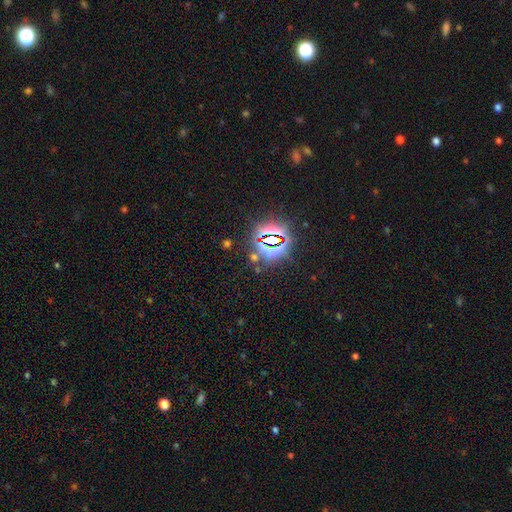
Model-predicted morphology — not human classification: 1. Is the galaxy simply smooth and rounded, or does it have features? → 82% star or artifact, 11% smooth, 7% featured or disk.